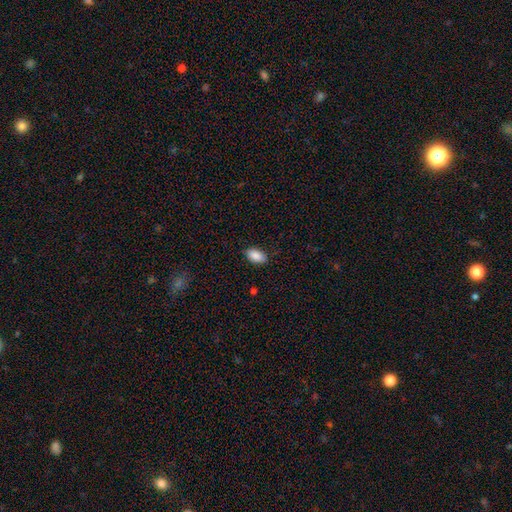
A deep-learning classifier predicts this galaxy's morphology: smooth-or-featured: smooth: 89% | star or artifact: 7% | featured or disk: 4%
  how-rounded: in between: 93% | round: 4% | cigar-shaped: 2%
  merging: none: 85% | minor disturbance: 12% | major disturbance: 3% | merger: 1%